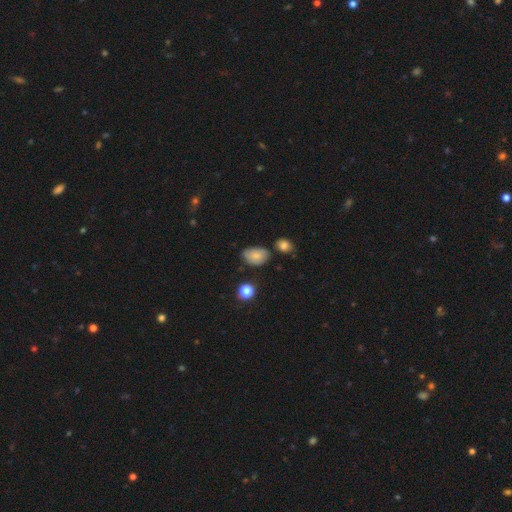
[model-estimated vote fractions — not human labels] Q: Smooth or featured?
A: smooth (78%); runner-up: featured or disk (12%)
Q: How rounded?
A: in between (83%); runner-up: round (16%)
Q: Merging?
A: none (60%); runner-up: minor disturbance (28%)